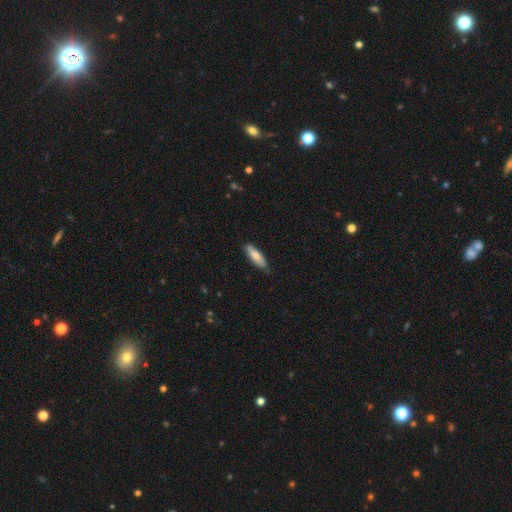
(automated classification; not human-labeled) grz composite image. It shows a smooth galaxy with no disk features (74%) that is cigar-shaped (52%). Merging: none (82%).